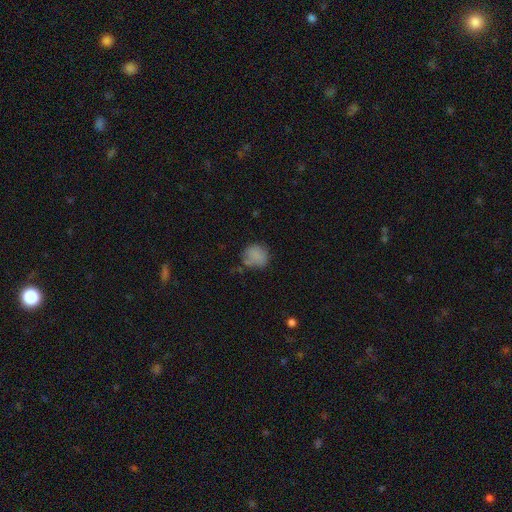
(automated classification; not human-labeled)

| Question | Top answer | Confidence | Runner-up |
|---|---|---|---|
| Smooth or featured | smooth | 81% | star or artifact (10%) |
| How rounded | round | 79% | in between (20%) |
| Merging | none | 60% | minor disturbance (25%) |